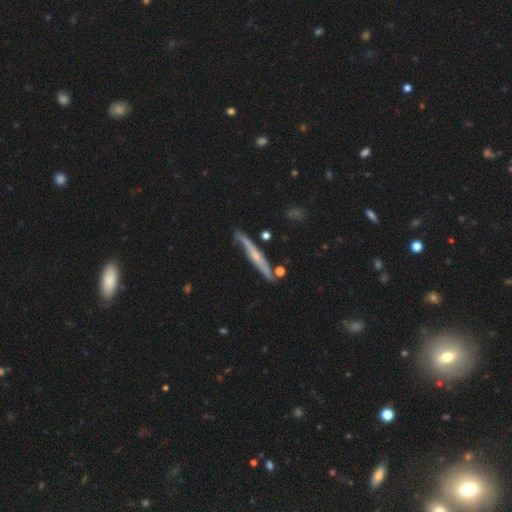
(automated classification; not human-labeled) Smooth or featured?
  - featured or disk: 65% *
  - smooth: 29%
  - star or artifact: 6%
Edge-on disk?
  - yes: 91% *
  - no: 9%
Edge-on bulge?
  - rounded: 55% *
  - none: 38%
  - boxy: 7%
Merging?
  - none: 74% *
  - minor disturbance: 18%
  - merger: 5%
  - major disturbance: 4%